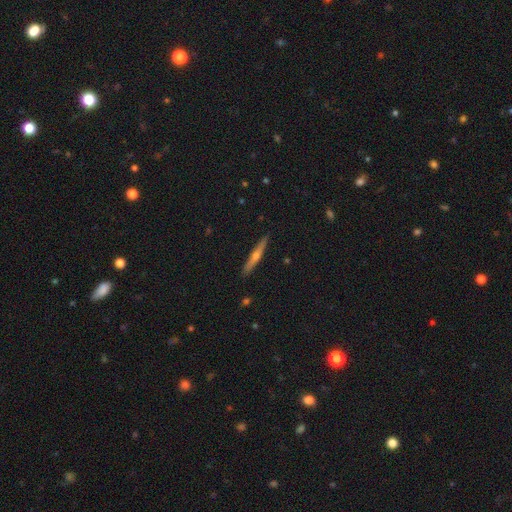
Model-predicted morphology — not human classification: featured or disk 65%, smooth 29%, star or artifact 6%. Down the decision tree: edge-on disk — yes (97%); edge-on bulge — rounded (85%); merging — none (91%).